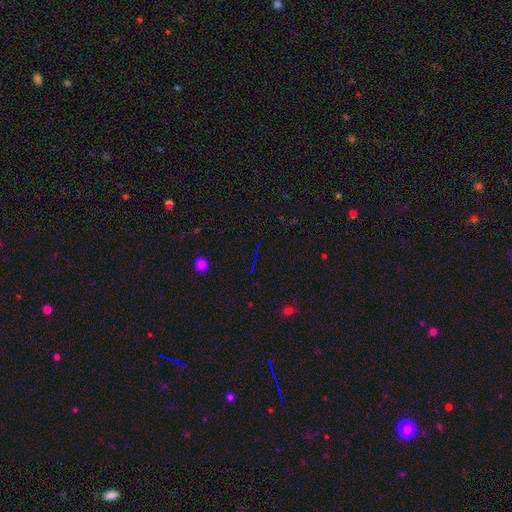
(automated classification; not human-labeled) Overall: star or artifact (68%).